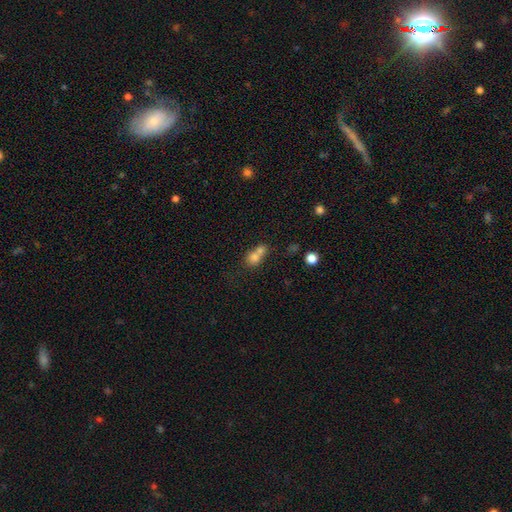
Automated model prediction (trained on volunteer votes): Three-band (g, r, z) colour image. It shows a smooth galaxy with no disk features (74%) that is round (66%). Merging: merger (66%).